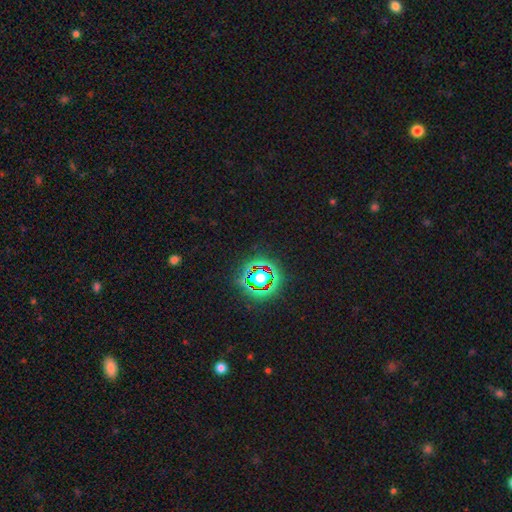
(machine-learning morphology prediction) The model was most divided on "smooth or featured": star or artifact: 80%, smooth: 13%, featured or disk: 8%.